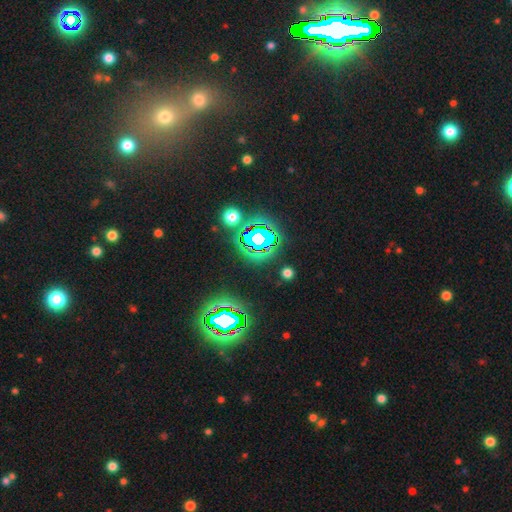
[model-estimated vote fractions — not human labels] A star or artifact, not a galaxy (81%).